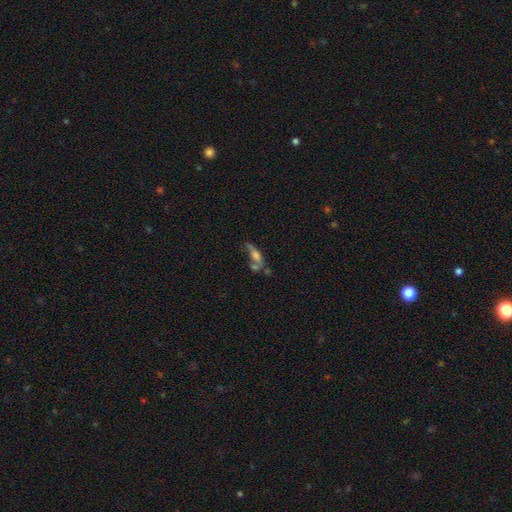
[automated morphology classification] smooth 49%, featured or disk 39%, star or artifact 12%. Down the decision tree: merging — none (34%).